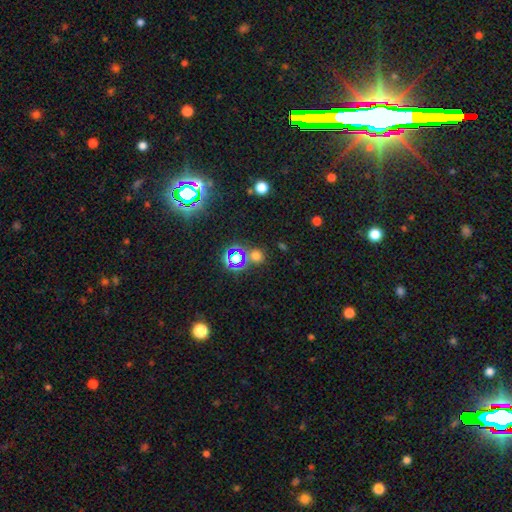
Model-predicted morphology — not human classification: smooth_or_featured: smooth (p=0.54) [alt: star or artifact p=0.39]
how_rounded: round (p=0.81) [alt: in between p=0.18]
merging: none (p=0.73) [alt: merger p=0.14]